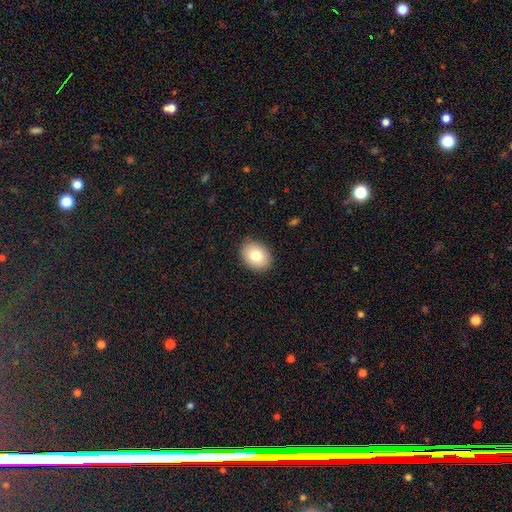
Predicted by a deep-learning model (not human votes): Morphology: type=smooth (80%); roundness=in between (61%); merging=none (89%).